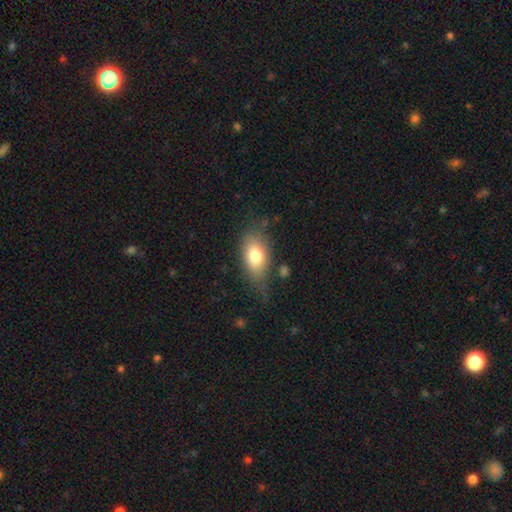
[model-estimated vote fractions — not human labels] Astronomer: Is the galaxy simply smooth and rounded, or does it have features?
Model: smooth — 78%.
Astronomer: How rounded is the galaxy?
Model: in between — 88%.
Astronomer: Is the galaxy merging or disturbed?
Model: none — 60%.